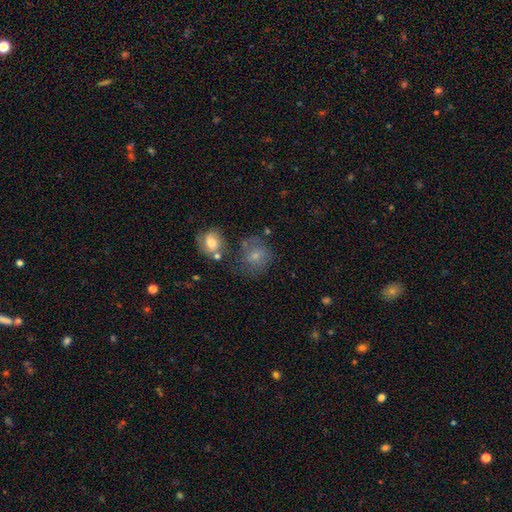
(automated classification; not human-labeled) A smooth galaxy with no disk features (67%) that is round (73%). Merging: none (53%).